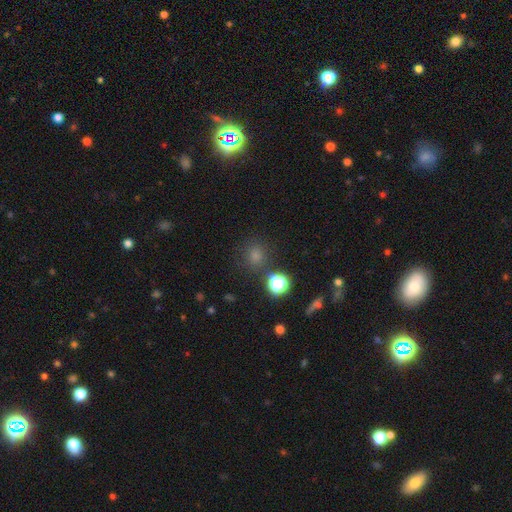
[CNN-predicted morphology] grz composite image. It shows a smooth galaxy with no disk features (63%) that is round (88%). Merging: none (84%).